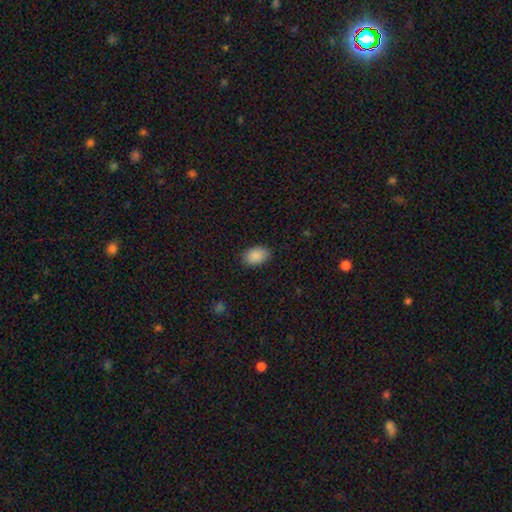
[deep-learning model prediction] This is clearly a smooth galaxy (90%). How rounded: clearly in between (87%). Merging: clearly none (86%).